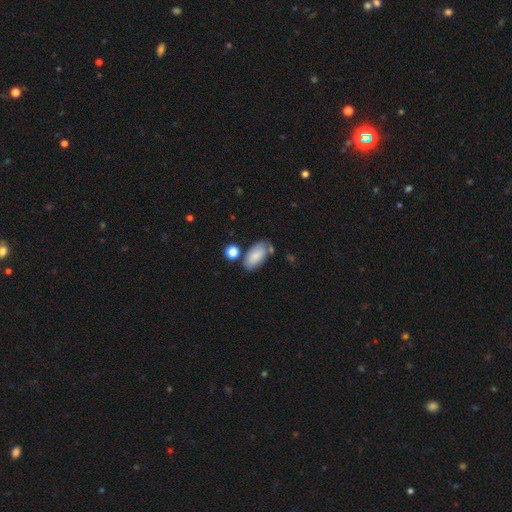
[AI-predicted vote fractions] Smooth or featured? Predicted: smooth (p=0.81). How rounded? Predicted: in between (p=0.93). Merging? Predicted: none (p=0.61).